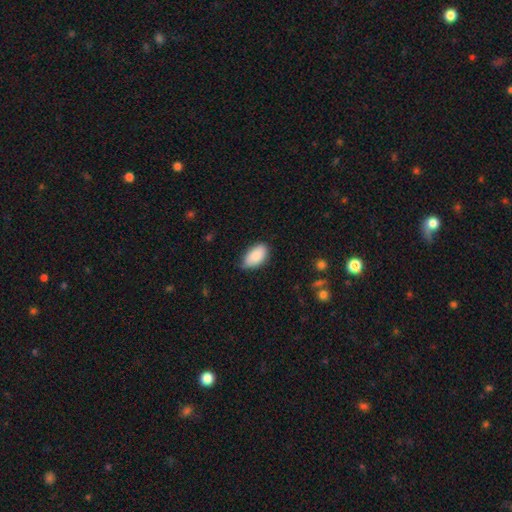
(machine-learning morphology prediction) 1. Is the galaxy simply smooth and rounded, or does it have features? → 88% smooth, 6% star or artifact, 5% featured or disk.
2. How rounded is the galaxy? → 94% in between, 4% round, 3% cigar-shaped.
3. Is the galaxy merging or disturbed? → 71% none, 25% minor disturbance, 3% major disturbance, 1% merger.